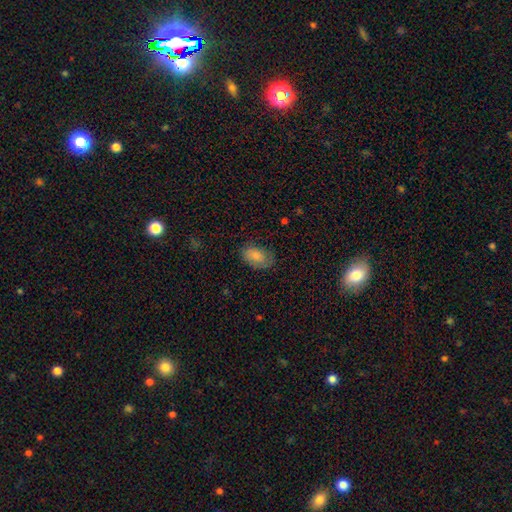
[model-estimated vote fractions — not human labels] A smooth galaxy with no disk features (81%) that is in between round and cigar-shaped (91%). Merging: none (70%).